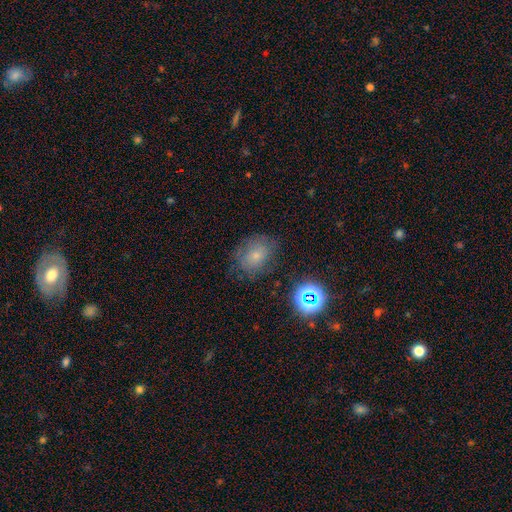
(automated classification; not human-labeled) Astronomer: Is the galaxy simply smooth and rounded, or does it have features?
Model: smooth — 63%.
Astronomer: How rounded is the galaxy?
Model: in between — 52% (runner-up: round, 47%).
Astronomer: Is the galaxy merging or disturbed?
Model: none — 69%.